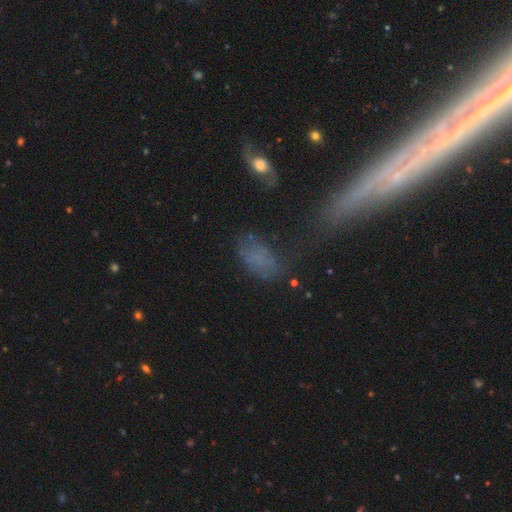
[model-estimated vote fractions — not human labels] Smooth or featured: smooth — 58% (featured or disk — 25%)
How rounded: in between — 88% (round — 9%)
Merging: none — 50% (minor disturbance — 24%)